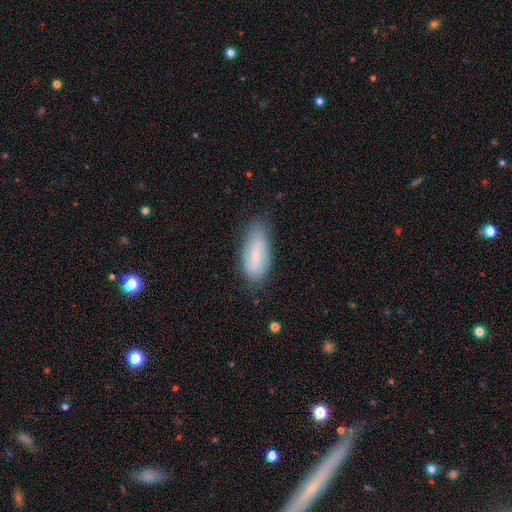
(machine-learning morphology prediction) This appears to be a smooth galaxy with no disk features (54%) that is in between round and cigar-shaped (85%). Merging: none (70%).